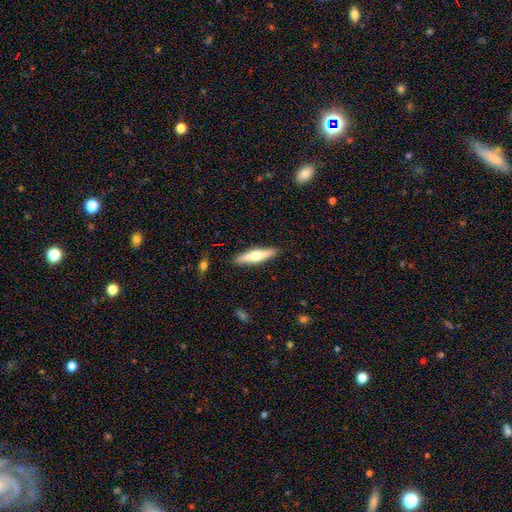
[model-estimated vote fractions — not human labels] Overall: smooth (55%; featured or disk 40%). How rounded: cigar-shaped (79%). Merging: none (89%).